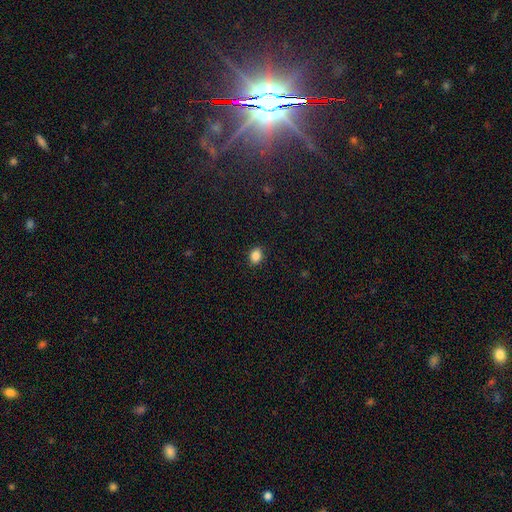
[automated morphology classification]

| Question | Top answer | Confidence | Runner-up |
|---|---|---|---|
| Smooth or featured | smooth | 86% | star or artifact (10%) |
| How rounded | in between | 51% | round (48%) |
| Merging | none | 87% | minor disturbance (9%) |